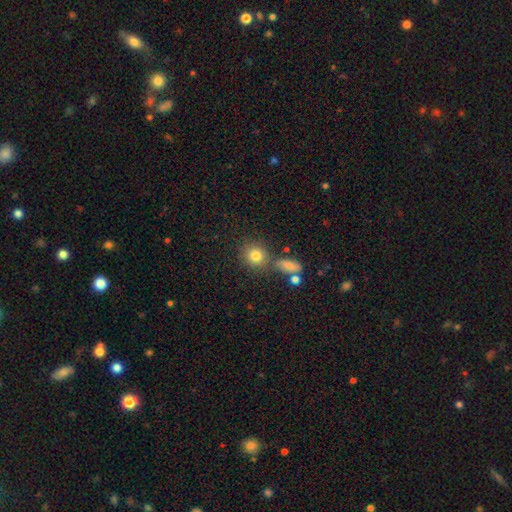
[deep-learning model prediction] Q: Smooth or featured?
A: smooth (80%); runner-up: star or artifact (12%)
Q: How rounded?
A: round (83%); runner-up: in between (16%)
Q: Merging?
A: none (73%); runner-up: merger (12%)